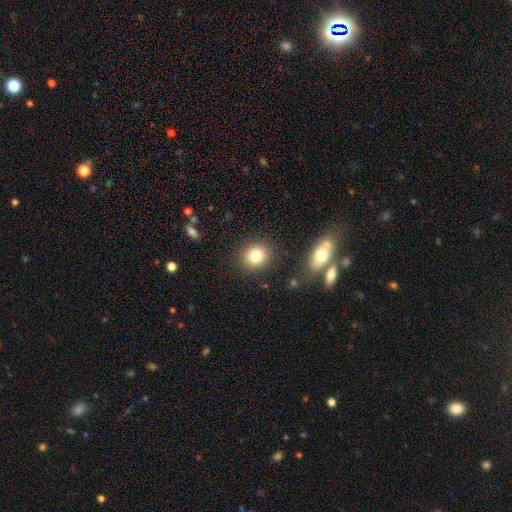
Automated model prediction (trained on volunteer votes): A smooth galaxy with no disk features (81%) that is round (82%).

Vote fractions:
- Smooth or featured? smooth: 81% / star or artifact: 10% / featured or disk: 9%
- How rounded? round: 82% / in between: 17% / cigar-shaped: 1%
- Merging? none: 86% / minor disturbance: 8% / merger: 3% / major disturbance: 3%